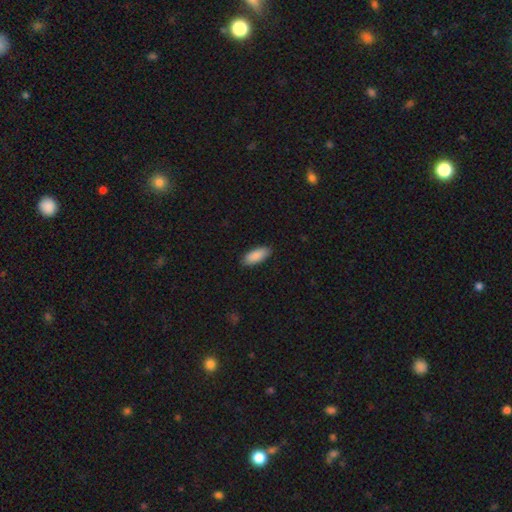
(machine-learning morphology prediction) A smooth galaxy with no disk features (89%) that is in between round and cigar-shaped (84%).

Vote fractions:
- Smooth or featured? smooth: 89% / star or artifact: 6% / featured or disk: 5%
- How rounded? in between: 84% / cigar-shaped: 15% / round: 2%
- Merging? none: 89% / minor disturbance: 9% / major disturbance: 2% / merger: 1%